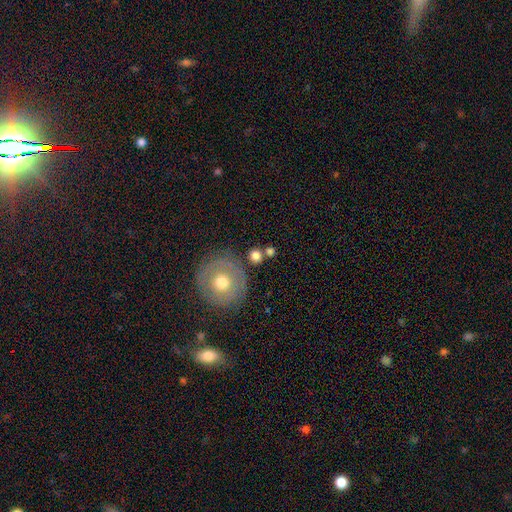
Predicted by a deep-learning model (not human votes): The model was most divided on "smooth or featured": smooth: 74%, featured or disk: 14%, star or artifact: 12%. More confident: how rounded — round (90%); merging — none (75%).